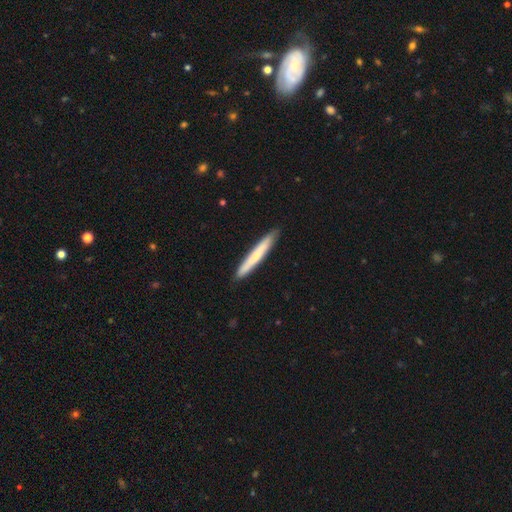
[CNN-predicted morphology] Smooth or featured? smooth (65%)
How rounded? cigar-shaped (96%)
Merging? none (89%)